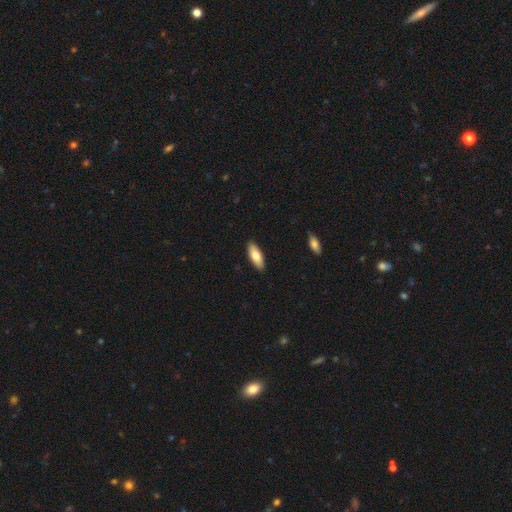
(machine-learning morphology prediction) Smooth or featured: smooth — 77% (featured or disk — 17%)
How rounded: in between — 73% (cigar-shaped — 25%)
Merging: none — 89% (minor disturbance — 8%)